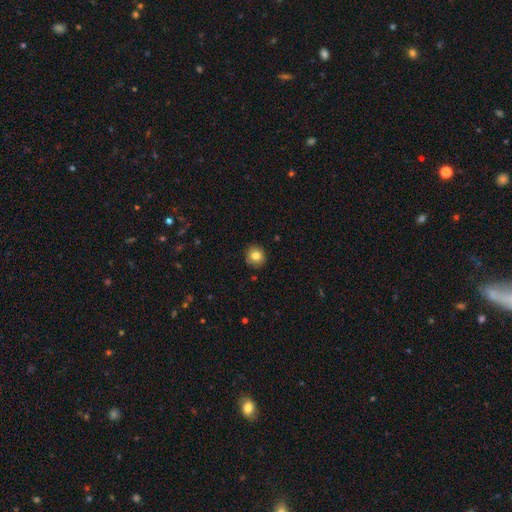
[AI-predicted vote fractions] This is clearly a smooth galaxy (81%). How rounded: clearly round (88%). Merging: clearly none (89%).